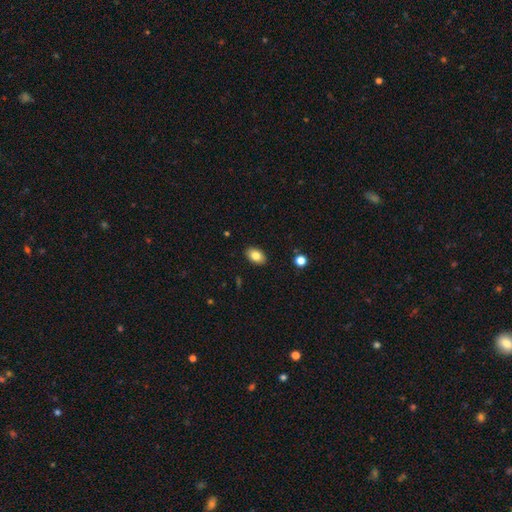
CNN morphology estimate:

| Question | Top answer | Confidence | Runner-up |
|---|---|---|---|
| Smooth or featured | smooth | 82% | featured or disk (10%) |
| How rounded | in between | 89% | round (10%) |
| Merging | none | 89% | minor disturbance (8%) |